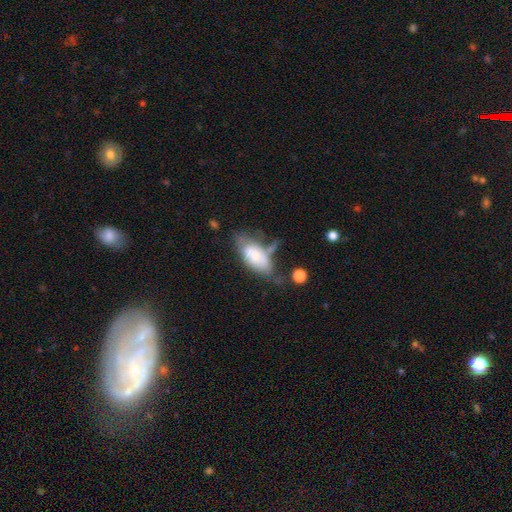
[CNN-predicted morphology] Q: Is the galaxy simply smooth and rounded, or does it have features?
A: smooth — 59%.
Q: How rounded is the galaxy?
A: in between — 90%.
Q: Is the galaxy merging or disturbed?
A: none — 34%.